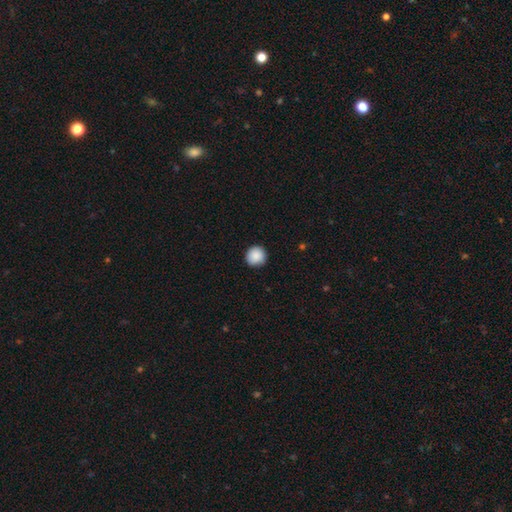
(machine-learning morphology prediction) smooth-or-featured: smooth: 89% | star or artifact: 8% | featured or disk: 3%
  how-rounded: round: 94% | in between: 5% | cigar-shaped: 1%
  merging: none: 89% | minor disturbance: 8% | major disturbance: 2% | merger: 1%